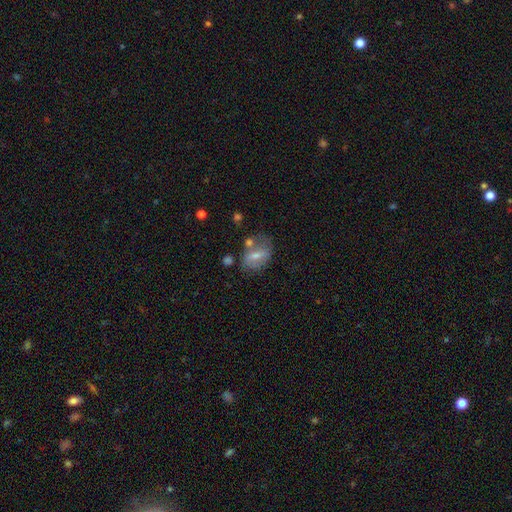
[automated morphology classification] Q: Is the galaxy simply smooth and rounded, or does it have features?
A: smooth — 54%.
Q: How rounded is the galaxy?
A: in between — 78%.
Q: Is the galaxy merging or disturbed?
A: none — 50%.